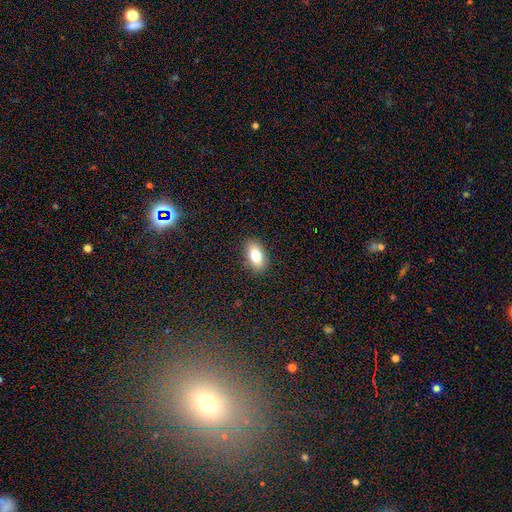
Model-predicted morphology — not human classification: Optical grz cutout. It shows a smooth galaxy with no disk features (80%) that is in between round and cigar-shaped (91%). Merging: none (89%).